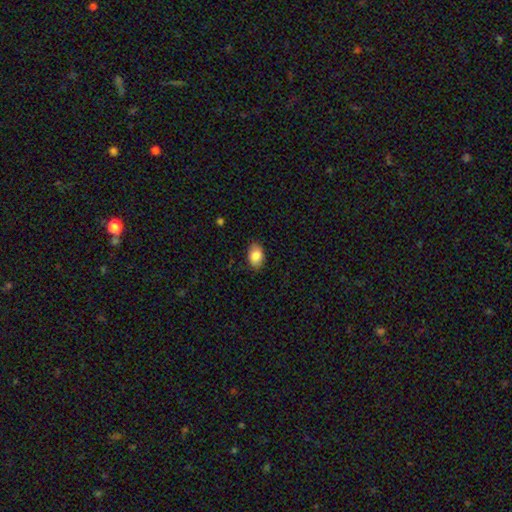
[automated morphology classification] A smooth galaxy with no disk features (86%) that is in between round and cigar-shaped (87%). Merging: none (86%).